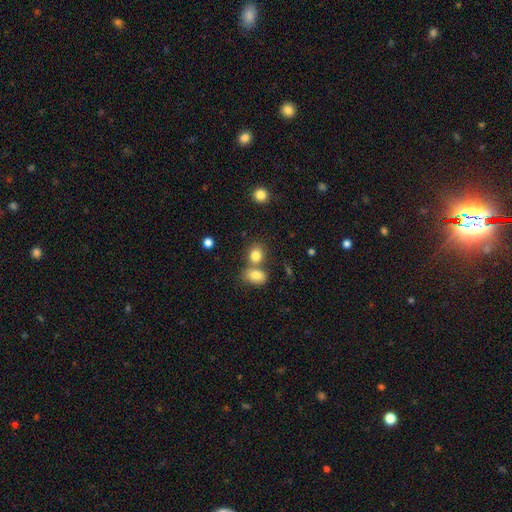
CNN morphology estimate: This is clearly a smooth galaxy (82%). How rounded: possibly round (58%). Merging: possibly none (48%).